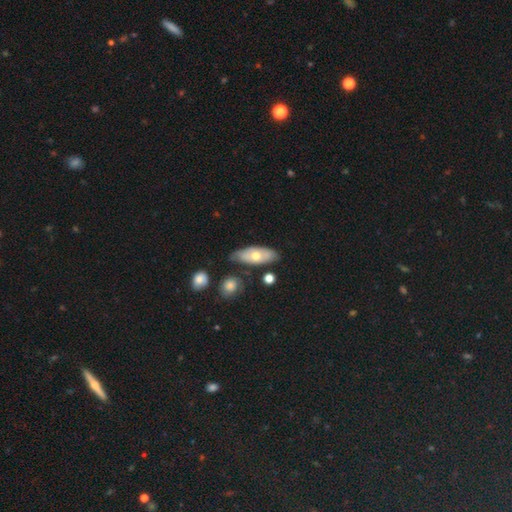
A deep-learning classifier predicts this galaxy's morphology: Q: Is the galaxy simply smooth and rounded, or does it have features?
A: smooth — 53%.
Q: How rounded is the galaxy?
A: in between — 83%.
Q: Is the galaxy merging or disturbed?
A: none — 67%.